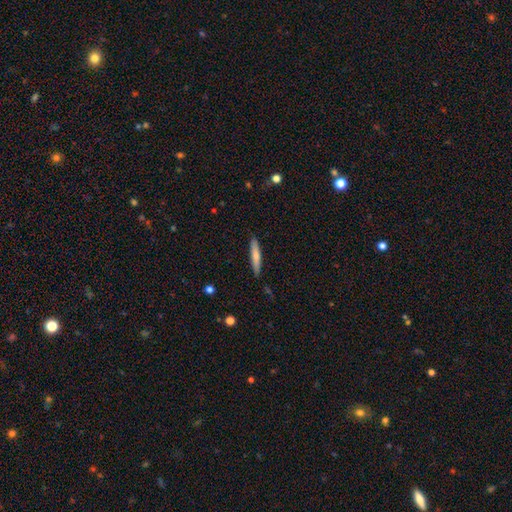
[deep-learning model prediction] Morphology: type=smooth (67%); roundness=cigar-shaped (92%); merging=none (89%).